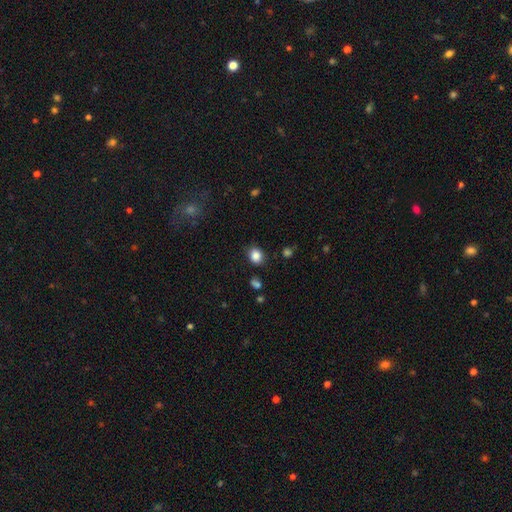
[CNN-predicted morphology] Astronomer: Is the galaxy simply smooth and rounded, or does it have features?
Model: smooth — 86%.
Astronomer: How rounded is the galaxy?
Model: round — 60% (runner-up: in between, 39%).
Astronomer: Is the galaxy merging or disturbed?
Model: none — 84%.